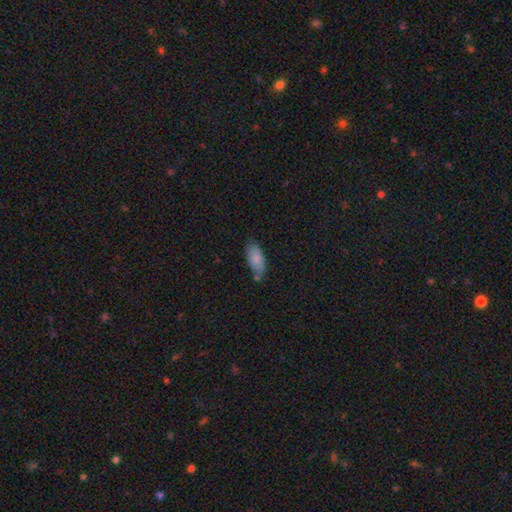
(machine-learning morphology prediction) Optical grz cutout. It shows a smooth galaxy with no disk features (81%) that is in between round and cigar-shaped (84%). Merging: none (69%).